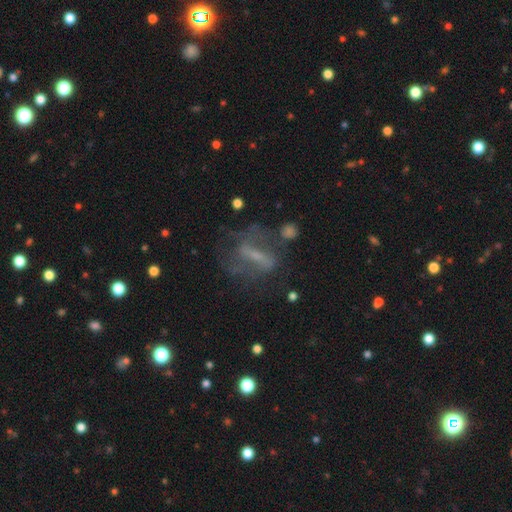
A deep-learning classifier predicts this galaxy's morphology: Overall: featured or disk (59%; smooth 26%). Edge-on disk: no (83%). Merging: none (51%; major disturbance 25%).